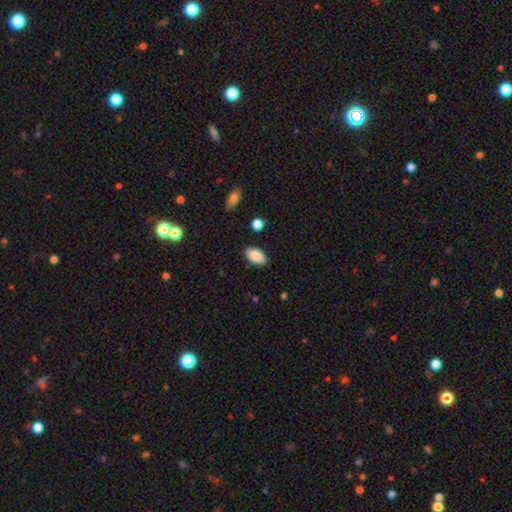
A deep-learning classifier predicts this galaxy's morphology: The model was most divided on "merging": none: 85%, minor disturbance: 11%, major disturbance: 2%, merger: 2%. More confident: how rounded — in between (94%); smooth or featured — smooth (88%).